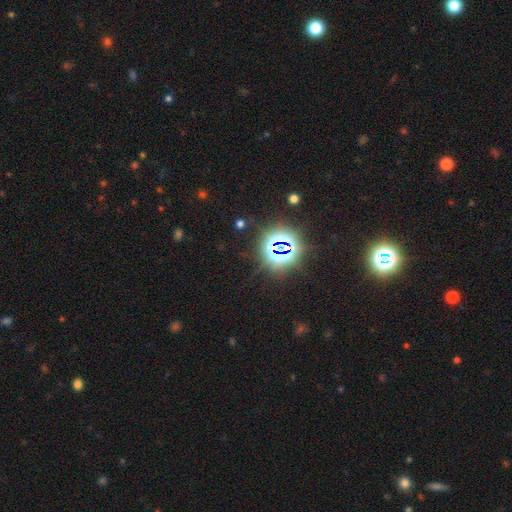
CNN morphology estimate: Smooth or featured?
  - star or artifact: 83% *
  - smooth: 11%
  - featured or disk: 6%